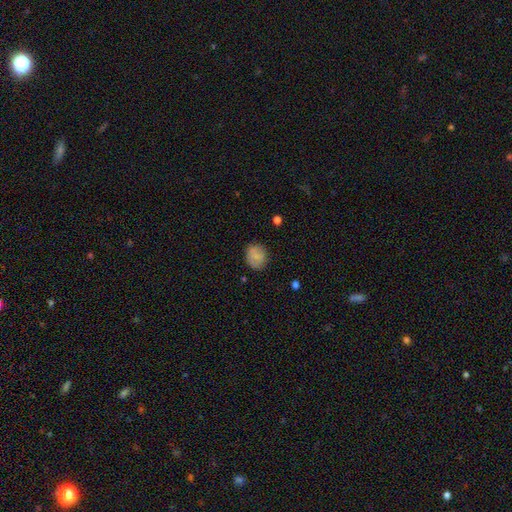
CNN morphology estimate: smooth 73%, featured or disk 18%, star or artifact 9%. Down the decision tree: how rounded — round (68%); merging — none (82%).